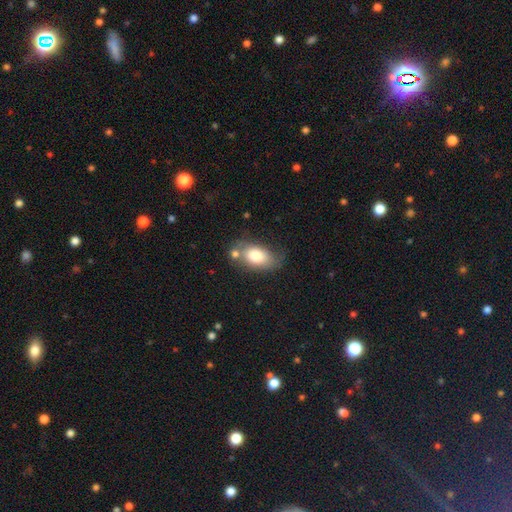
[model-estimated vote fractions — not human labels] smooth 75%, featured or disk 18%, star or artifact 7%. Down the decision tree: how rounded — in between (89%); merging — none (49%).